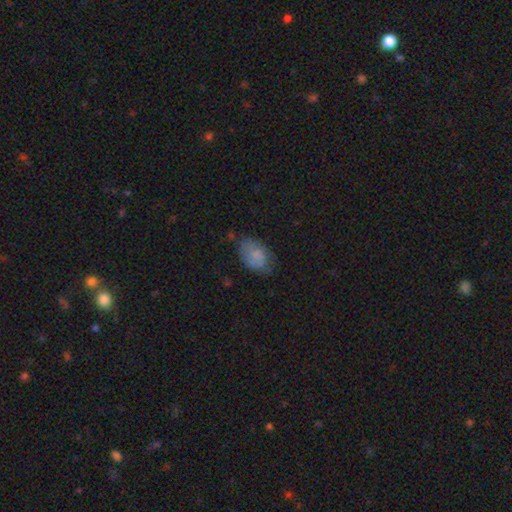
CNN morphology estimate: Smooth or featured?
  - smooth: 72% *
  - featured or disk: 19%
  - star or artifact: 8%
How rounded?
  - in between: 88% *
  - round: 10%
  - cigar-shaped: 1%
Merging?
  - none: 60% *
  - minor disturbance: 29%
  - major disturbance: 9%
  - merger: 2%